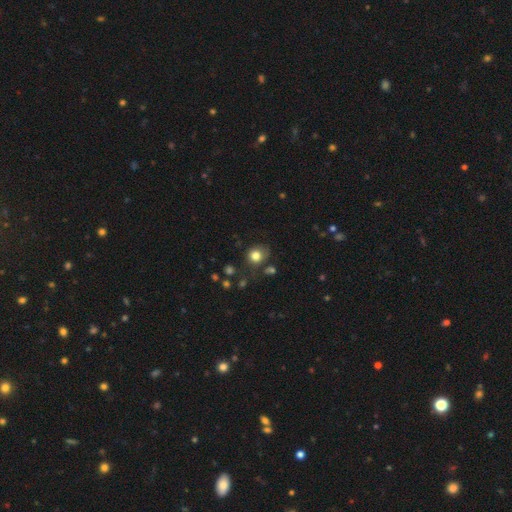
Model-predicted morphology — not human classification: The model was most divided on "merging": none: 63%, minor disturbance: 23%, major disturbance: 10%, merger: 5%. More confident: smooth or featured — smooth (80%); how rounded — round (76%).